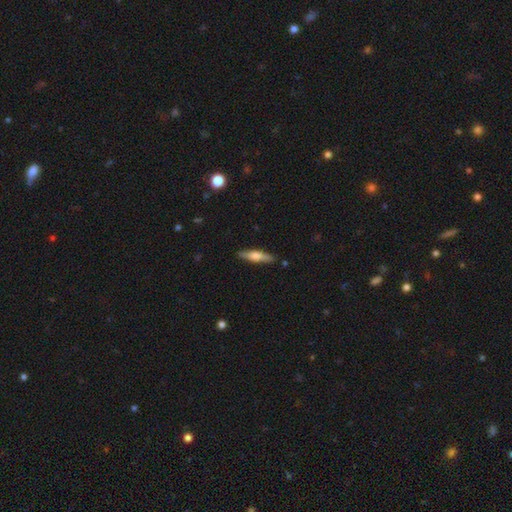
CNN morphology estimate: smooth 49%, featured or disk 45%, star or artifact 6%. Down the decision tree: merging — none (87%).